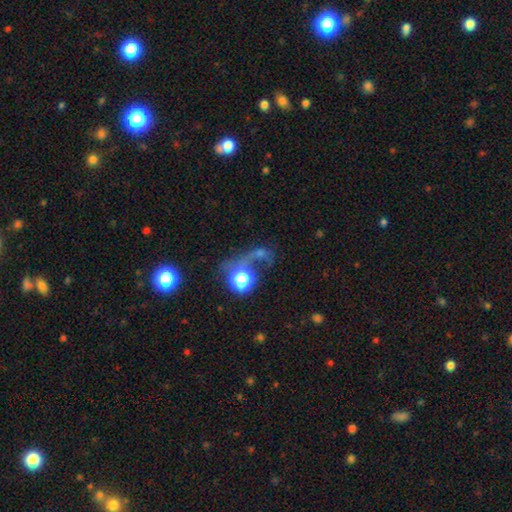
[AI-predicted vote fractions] This appears to be a smooth galaxy with no disk features (40%). Merging: major disturbance (36%).